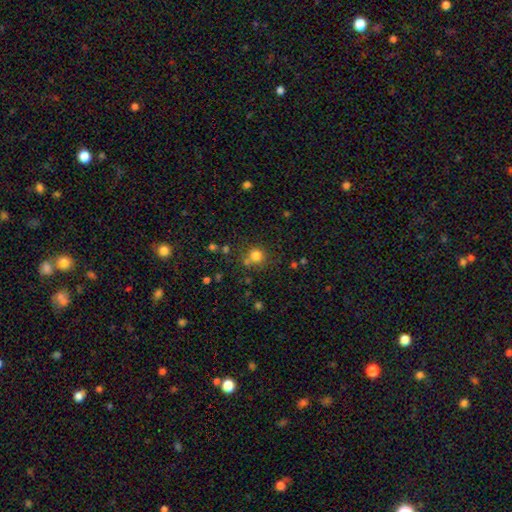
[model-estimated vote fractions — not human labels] The model was most divided on "merging": none: 68%, merger: 16%, minor disturbance: 11%, major disturbance: 5%. More confident: how rounded — round (90%); smooth or featured — smooth (78%).